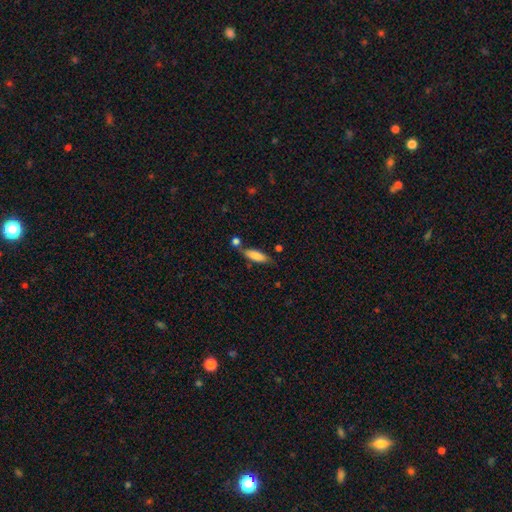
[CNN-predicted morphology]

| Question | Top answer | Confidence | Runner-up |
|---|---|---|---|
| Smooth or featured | smooth | 78% | featured or disk (15%) |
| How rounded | in between | 55% | cigar-shaped (43%) |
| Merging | none | 59% | minor disturbance (19%) |